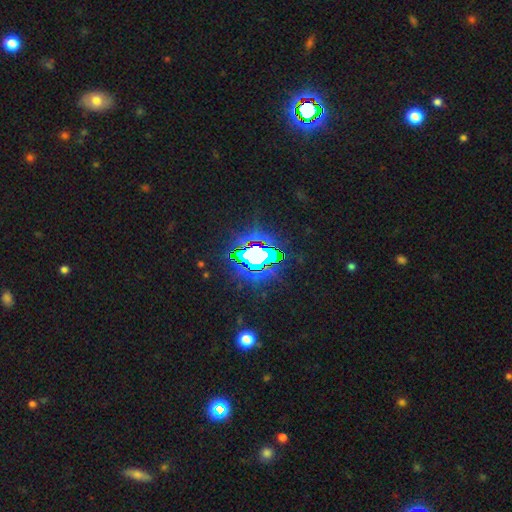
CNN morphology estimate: Smooth or featured?
  - star or artifact: 73% *
  - smooth: 14%
  - featured or disk: 13%